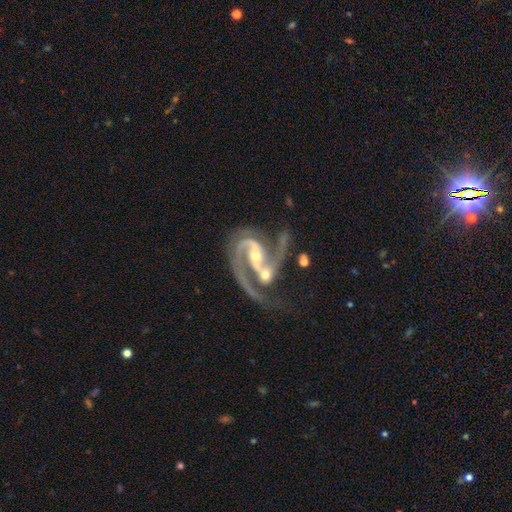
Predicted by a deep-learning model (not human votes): Smooth or featured: featured or disk — 92% (star or artifact — 5%)
Edge-on disk: no — 98% (yes — 2%)
Bar: weak — 39% (strong — 33%)
Spiral arms: yes — 98% (no — 2%)
Spiral winding: medium — 58% (loose — 21%)
Spiral arm count: 2 — 84% (3 — 6%)
Bulge size: small — 53% (moderate — 42%)
Merging: merger — 47% (none — 25%)